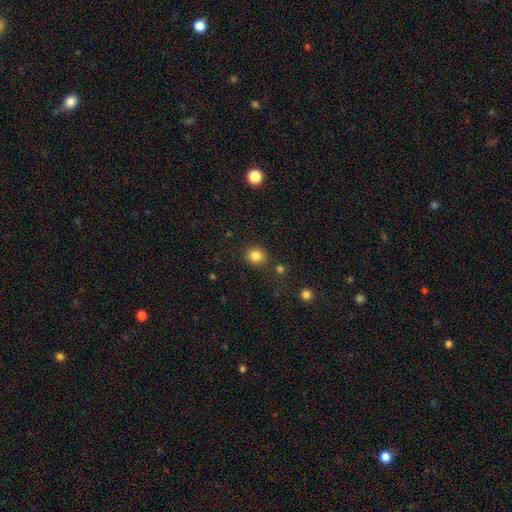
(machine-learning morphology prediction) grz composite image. It shows a smooth galaxy with no disk features (83%) that is round (80%). Merging: none (84%).